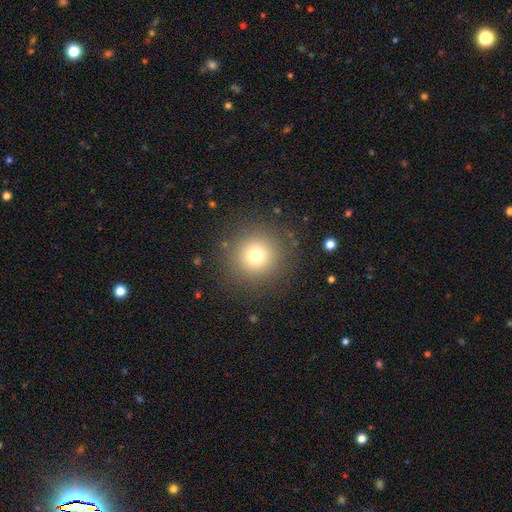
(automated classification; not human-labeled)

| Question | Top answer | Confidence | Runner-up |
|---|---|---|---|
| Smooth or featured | smooth | 74% | star or artifact (16%) |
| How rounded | round | 95% | in between (4%) |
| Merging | none | 88% | minor disturbance (7%) |